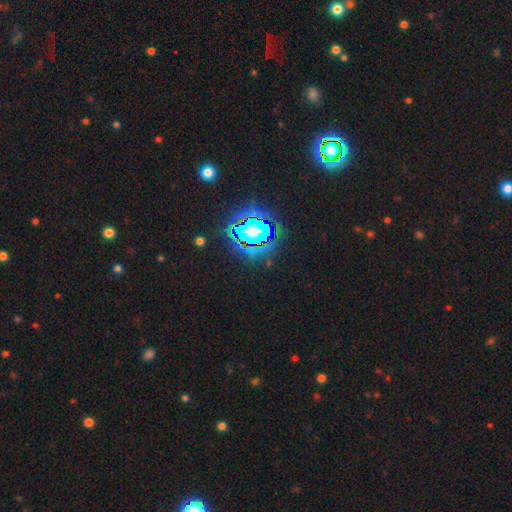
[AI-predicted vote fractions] star or artifact 82%, smooth 11%, featured or disk 7%.